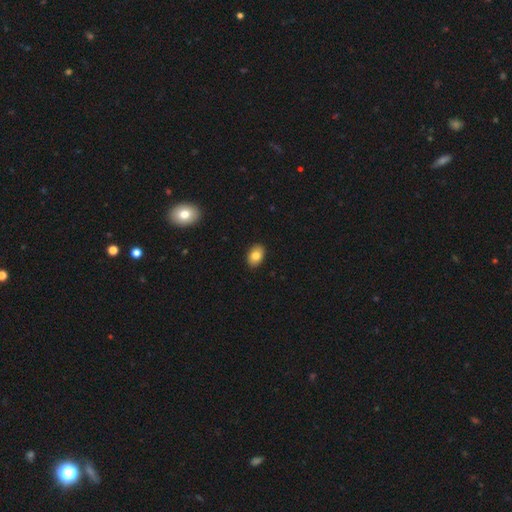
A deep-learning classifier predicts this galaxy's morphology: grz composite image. It shows a smooth galaxy with no disk features (82%) that is in between round and cigar-shaped (79%). Merging: none (90%).